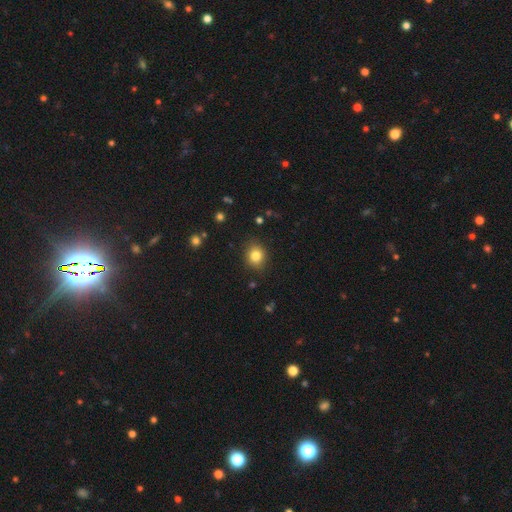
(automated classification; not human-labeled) The model was most divided on "how rounded": round: 68%, in between: 31%, cigar-shaped: 1%. More confident: merging — none (86%); smooth or featured — smooth (82%).